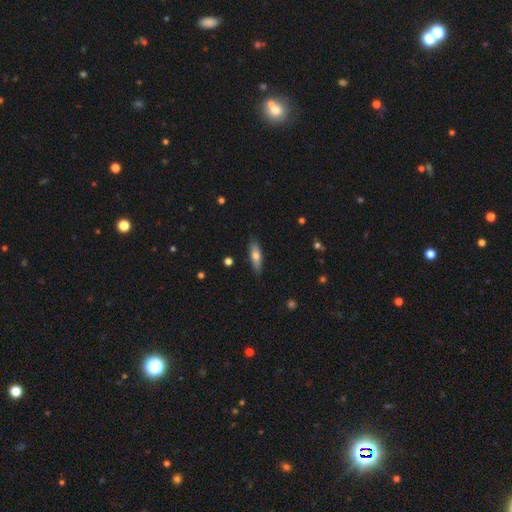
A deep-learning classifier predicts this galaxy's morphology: Smooth or featured? smooth (66%)
How rounded? cigar-shaped (51%)
Merging? none (85%)